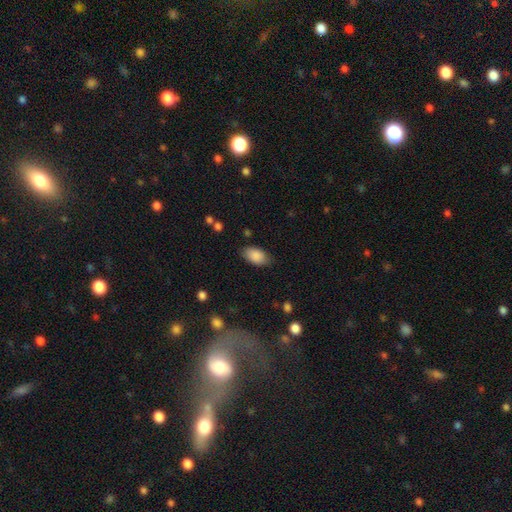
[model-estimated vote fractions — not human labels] smooth-or-featured: smooth: 88% | star or artifact: 7% | featured or disk: 5%
  how-rounded: in between: 93% | round: 5% | cigar-shaped: 2%
  merging: none: 81% | minor disturbance: 14% | major disturbance: 3% | merger: 1%